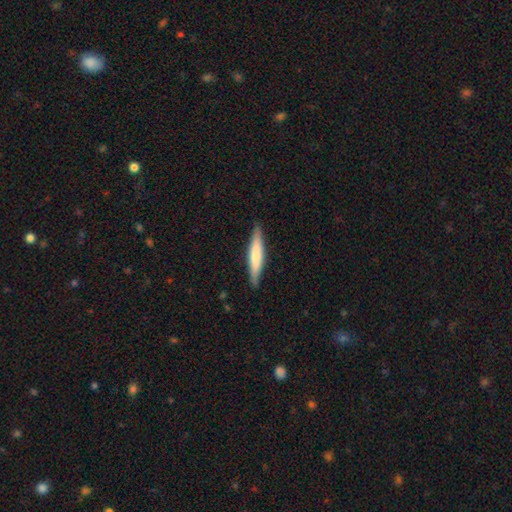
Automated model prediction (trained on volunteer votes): Morphology: type=smooth (63%); roundness=cigar-shaped (89%); merging=none (88%).